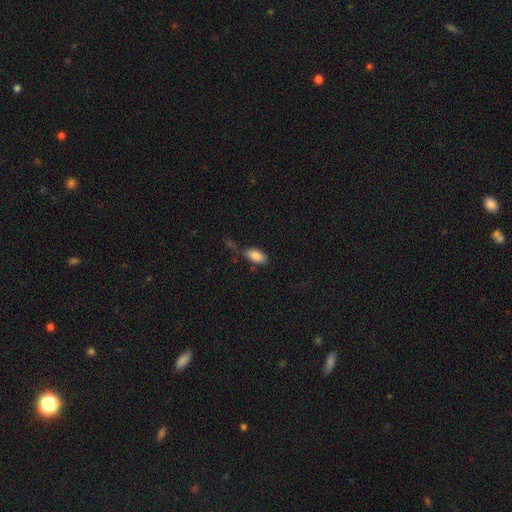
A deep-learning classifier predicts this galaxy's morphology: Smooth or featured: smooth — 85% (featured or disk — 8%)
How rounded: in between — 91% (cigar-shaped — 6%)
Merging: none — 63% (minor disturbance — 21%)